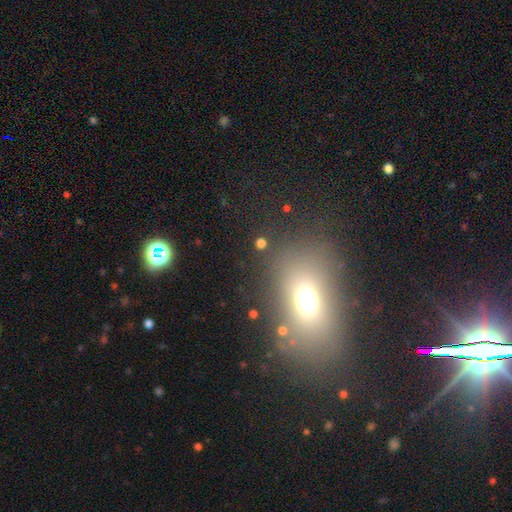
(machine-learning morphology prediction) smooth 50%, star or artifact 34%, featured or disk 17%. Down the decision tree: merging — none (77%).